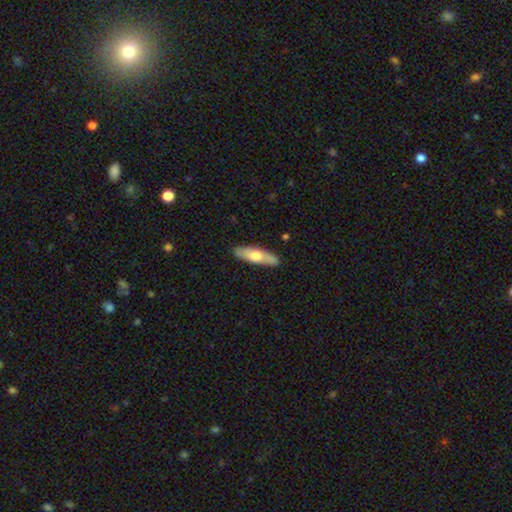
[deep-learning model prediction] smooth 59%, featured or disk 36%, star or artifact 5%. Down the decision tree: how rounded — cigar-shaped (63%); merging — none (87%).